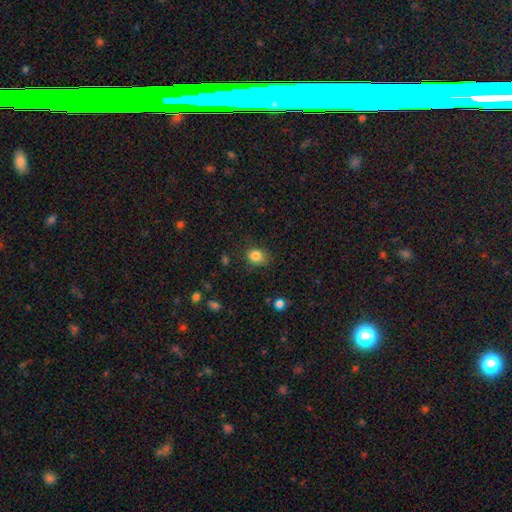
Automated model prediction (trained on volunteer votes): This appears to be a smooth galaxy with no disk features (83%) that is round (51%). Merging: none (72%).